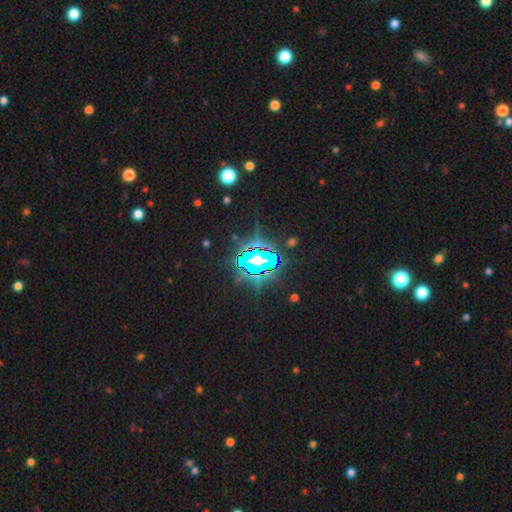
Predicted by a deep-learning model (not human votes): The model was most divided on "smooth or featured": star or artifact: 85%, smooth: 9%, featured or disk: 6%.